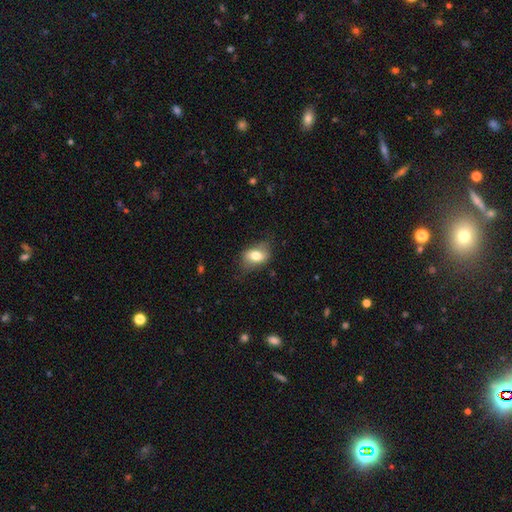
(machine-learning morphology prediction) smooth 75%, featured or disk 18%, star or artifact 8%. Down the decision tree: how rounded — in between (82%); merging — none (68%).